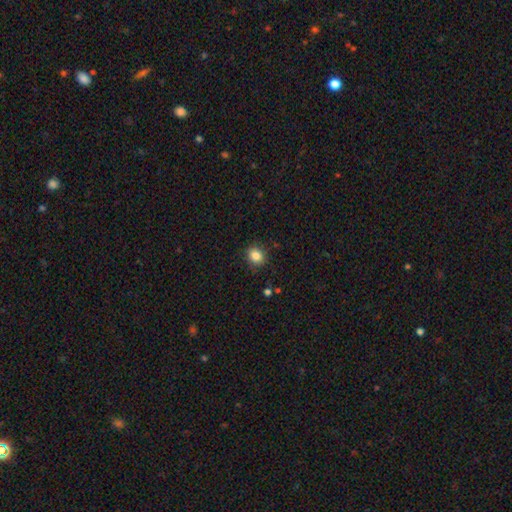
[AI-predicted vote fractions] Smooth or featured?
  - smooth: 85% *
  - star or artifact: 10%
  - featured or disk: 5%
How rounded?
  - round: 61% *
  - in between: 38%
  - cigar-shaped: 1%
Merging?
  - none: 86% *
  - minor disturbance: 10%
  - major disturbance: 3%
  - merger: 1%